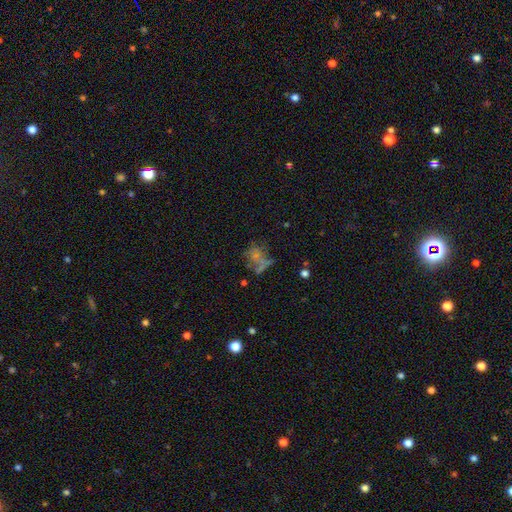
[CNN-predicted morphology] Q: Smooth or featured?
A: featured or disk (36%); runner-up: smooth (35%)
Q: Merging?
A: none (40%); runner-up: major disturbance (27%)